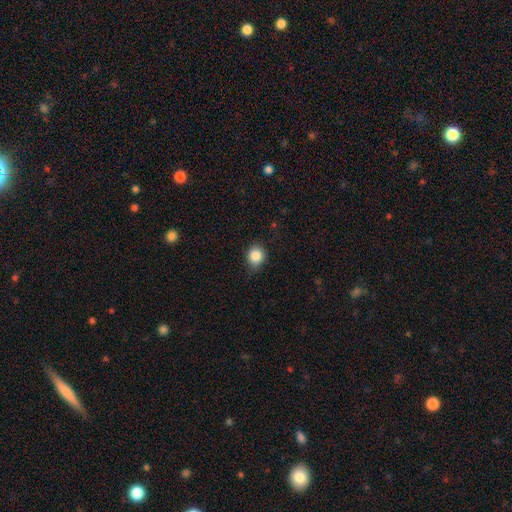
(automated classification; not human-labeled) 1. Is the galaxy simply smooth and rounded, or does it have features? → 85% smooth, 10% star or artifact, 5% featured or disk.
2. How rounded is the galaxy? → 77% round, 22% in between, 1% cigar-shaped.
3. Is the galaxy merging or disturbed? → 77% none, 18% minor disturbance, 4% major disturbance, 1% merger.